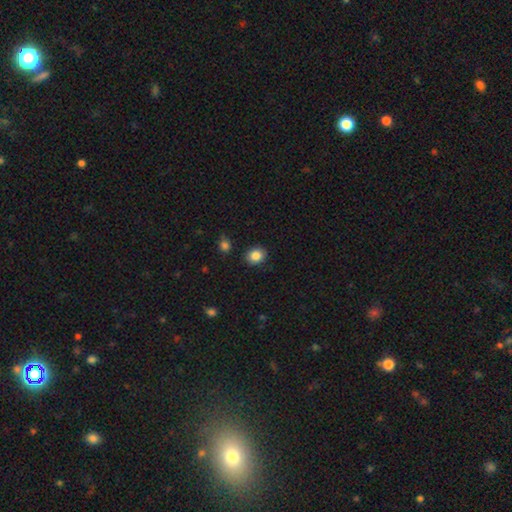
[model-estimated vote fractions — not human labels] Smooth or featured: smooth — 85% (star or artifact — 10%)
How rounded: round — 70% (in between — 30%)
Merging: none — 88% (minor disturbance — 8%)